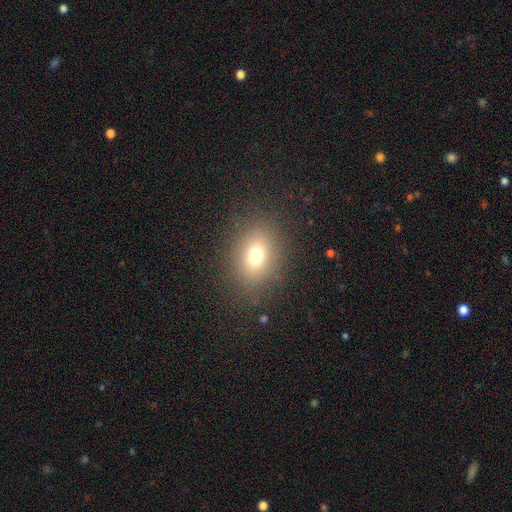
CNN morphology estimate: Smooth or featured? smooth (71%)
How rounded? in between (61%)
Merging? none (85%)